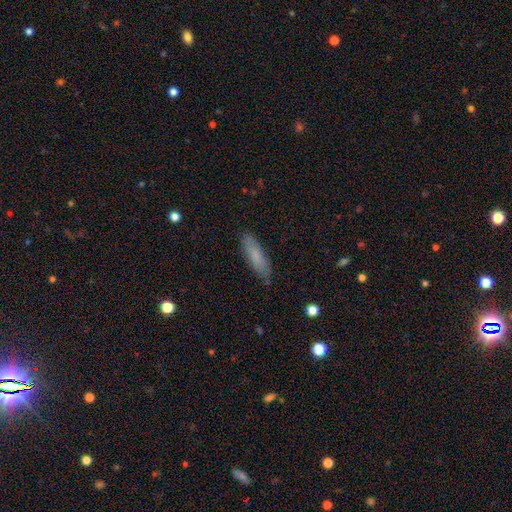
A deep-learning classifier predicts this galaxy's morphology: smooth_or_featured: smooth (p=0.75) [alt: featured or disk p=0.18]
how_rounded: cigar-shaped (p=0.59) [alt: in between p=0.40]
merging: none (p=0.81) [alt: minor disturbance p=0.15]